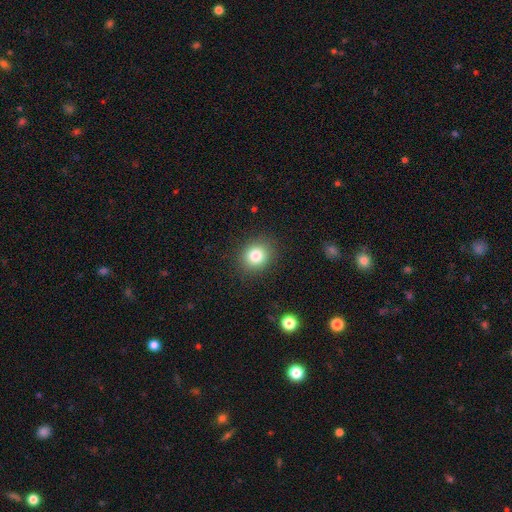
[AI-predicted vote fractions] This is clearly a smooth galaxy (83%). How rounded: likely round (73%). Merging: clearly none (88%).